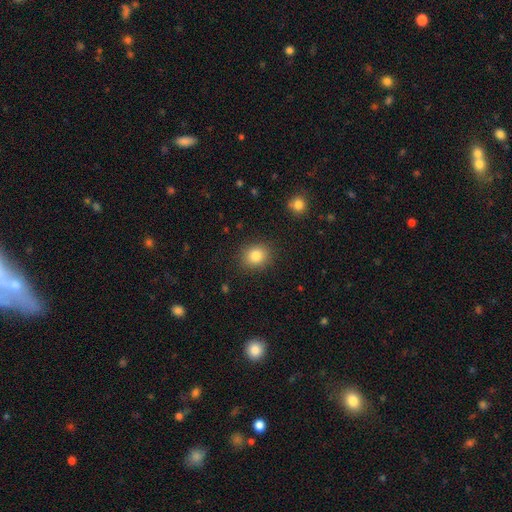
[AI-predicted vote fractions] Smooth or featured? Predicted: smooth (p=0.83). How rounded? Predicted: round (p=0.65). Merging? Predicted: none (p=0.87).